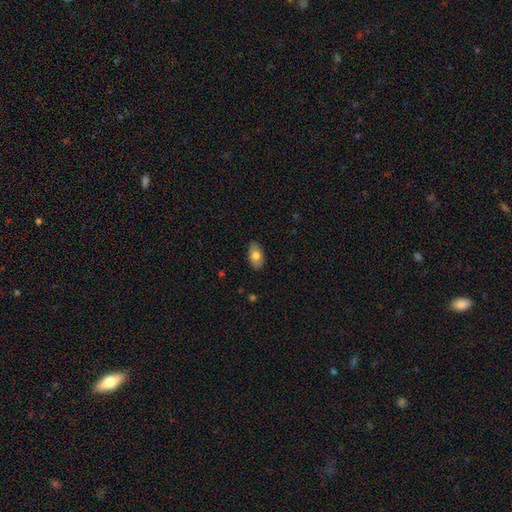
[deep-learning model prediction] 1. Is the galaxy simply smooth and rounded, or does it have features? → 77% smooth, 17% featured or disk, 7% star or artifact.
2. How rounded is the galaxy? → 93% in between, 6% round, 2% cigar-shaped.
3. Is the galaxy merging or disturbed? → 86% none, 11% minor disturbance, 2% major disturbance, 1% merger.